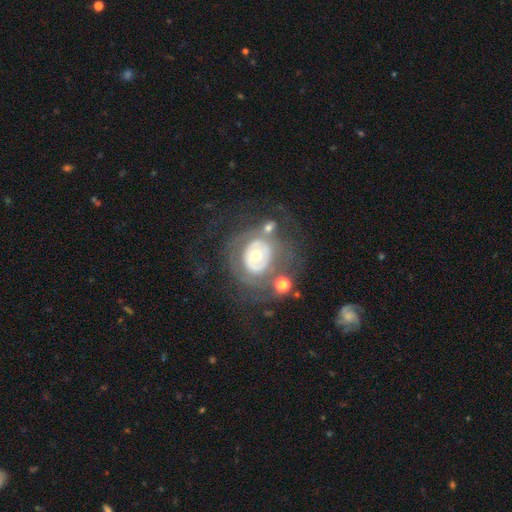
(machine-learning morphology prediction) The model was most divided on "spiral arms": no: 59%, yes: 41%. More confident: edge-on disk — no (96%); bar — no (83%); smooth or featured — featured or disk (67%); bulge size — moderate (66%); merging — none (51%).